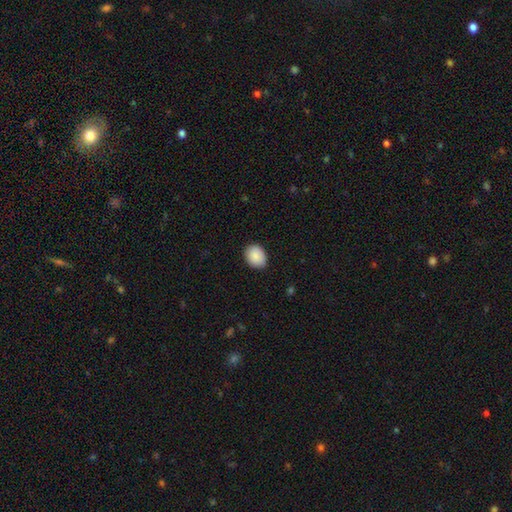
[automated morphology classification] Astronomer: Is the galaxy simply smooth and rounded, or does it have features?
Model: smooth — 89%.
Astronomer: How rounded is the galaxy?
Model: in between — 57% (runner-up: round, 42%).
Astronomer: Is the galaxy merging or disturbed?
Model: none — 86%.